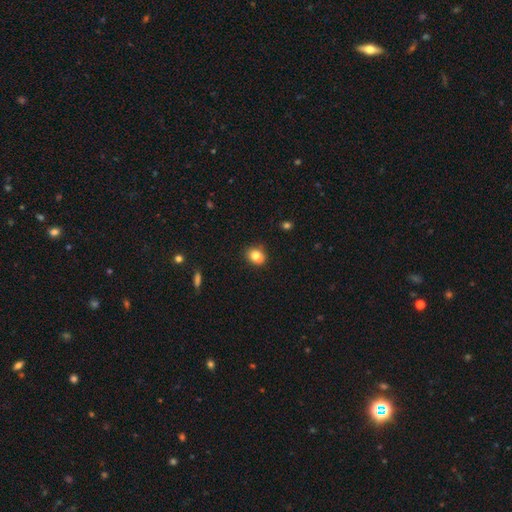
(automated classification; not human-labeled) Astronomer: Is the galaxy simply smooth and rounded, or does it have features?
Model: smooth — 81%.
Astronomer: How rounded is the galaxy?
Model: round — 60% (runner-up: in between, 39%).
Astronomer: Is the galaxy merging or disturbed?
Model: none — 82%.